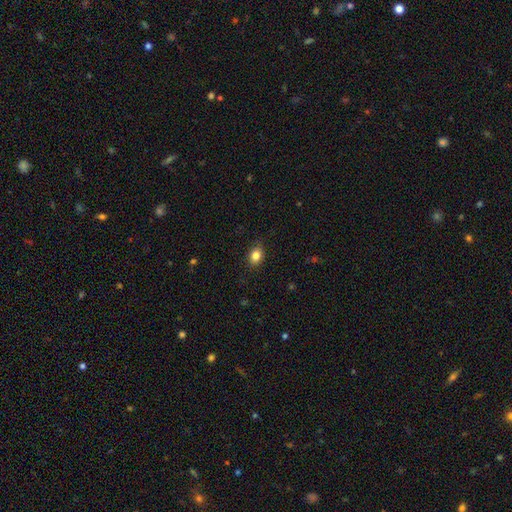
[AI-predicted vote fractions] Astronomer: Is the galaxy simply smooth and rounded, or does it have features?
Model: smooth — 84%.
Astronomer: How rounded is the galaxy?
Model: in between — 70%.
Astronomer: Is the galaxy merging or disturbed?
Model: none — 85%.